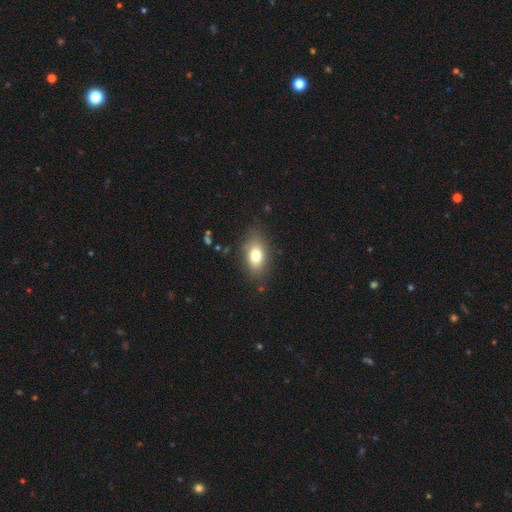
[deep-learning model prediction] smooth 75%, featured or disk 15%, star or artifact 10%. Down the decision tree: how rounded — in between (84%); merging — none (80%).